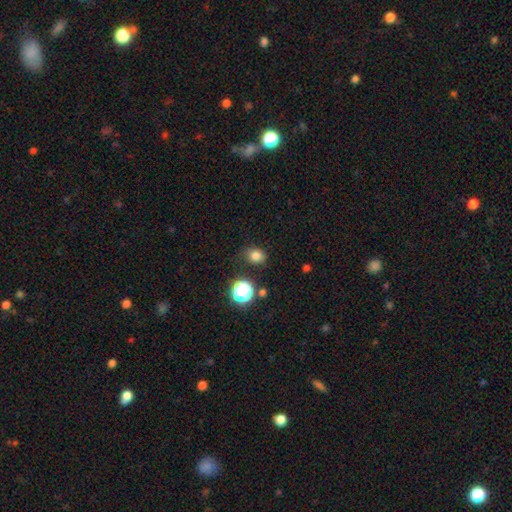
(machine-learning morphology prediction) Overall: smooth (79%). How rounded: round (52%; in between 47%). Merging: none (77%).